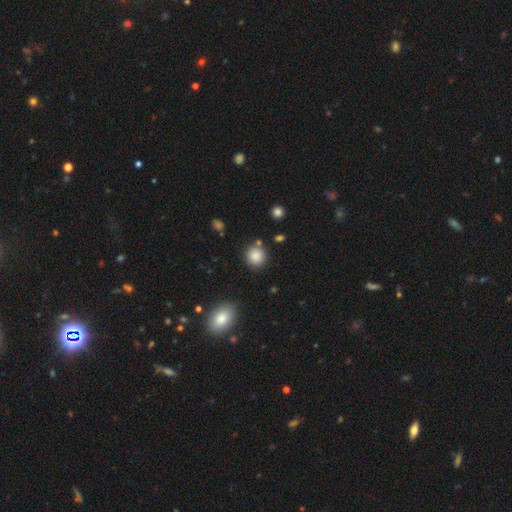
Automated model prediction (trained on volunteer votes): Morphology: type=smooth (86%); roundness=round (89%); merging=none (82%).